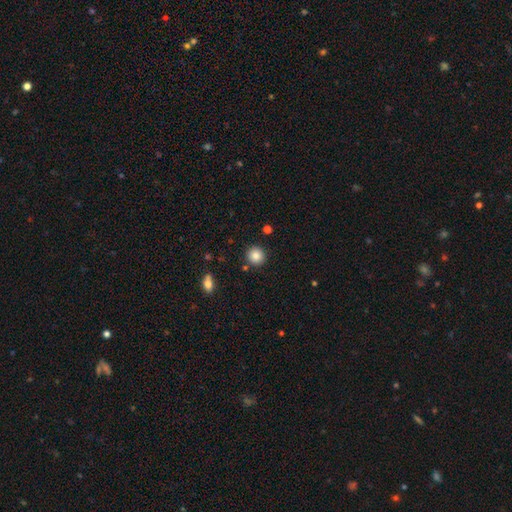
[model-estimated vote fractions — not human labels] A smooth galaxy with no disk features (86%) that is round (93%). Merging: none (89%).